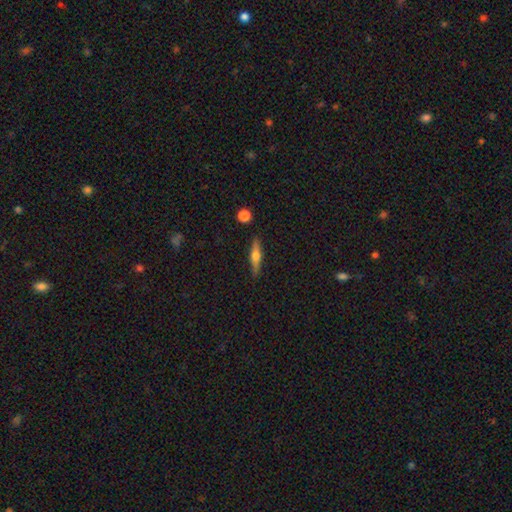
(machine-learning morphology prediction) Smooth or featured: featured or disk — 57% (smooth — 36%)
Edge-on disk: yes — 95% (no — 5%)
Edge-on bulge: rounded — 92% (boxy — 4%)
Merging: none — 88% (minor disturbance — 8%)